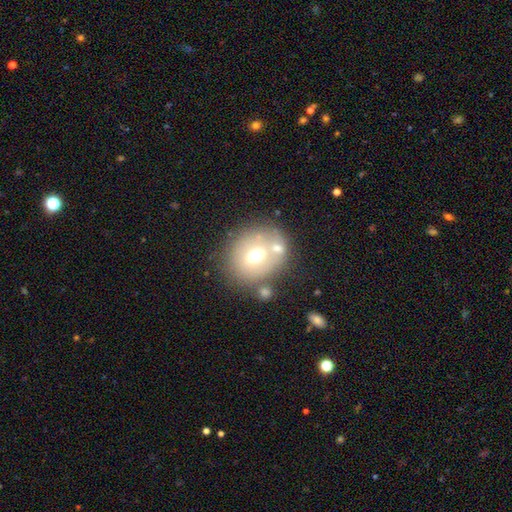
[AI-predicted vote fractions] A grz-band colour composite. It shows a smooth galaxy with no disk features (57%) that is round (65%). Merging: none (57%).